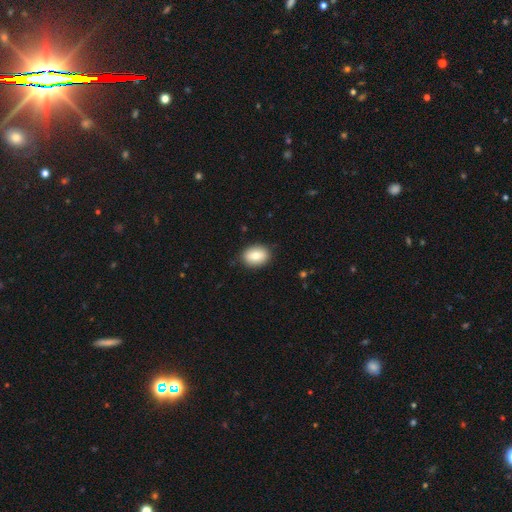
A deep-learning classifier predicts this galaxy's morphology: smooth_or_featured: smooth (p=0.79) [alt: featured or disk p=0.13]
how_rounded: in between (p=0.74) [alt: round p=0.25]
merging: none (p=0.88) [alt: minor disturbance p=0.09]